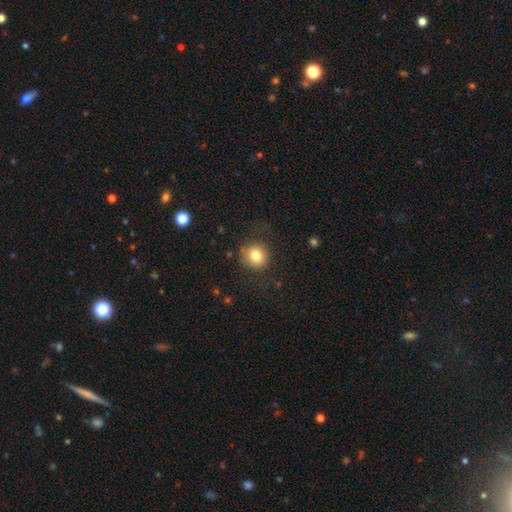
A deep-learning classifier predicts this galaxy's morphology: A smooth galaxy with no disk features (80%) that is round (89%).

Vote fractions:
- Smooth or featured? smooth: 80% / star or artifact: 11% / featured or disk: 9%
- How rounded? round: 89% / in between: 10% / cigar-shaped: 1%
- Merging? none: 80% / minor disturbance: 13% / major disturbance: 6% / merger: 1%